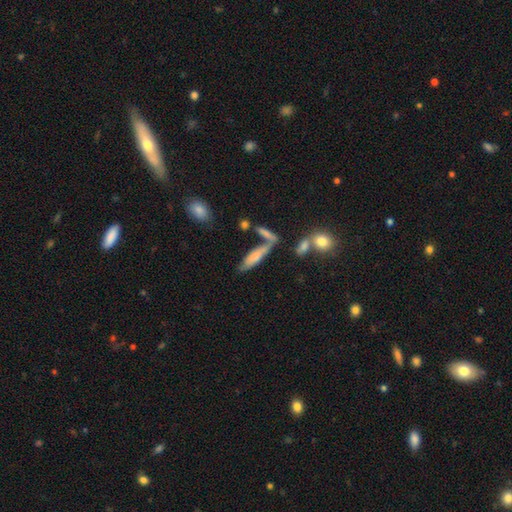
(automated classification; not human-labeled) This appears to be a smooth galaxy with no disk features (66%) that is cigar-shaped (64%). Merging: none (51%).